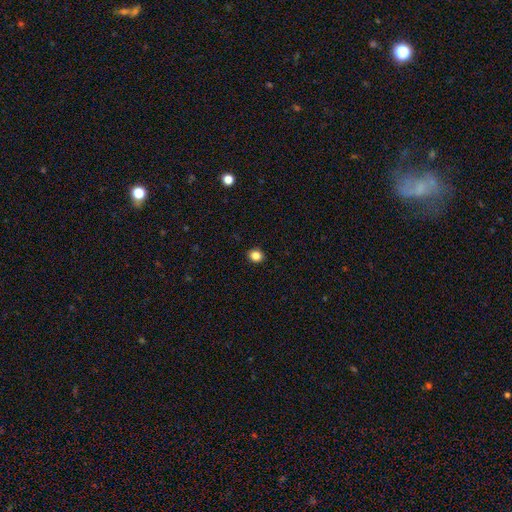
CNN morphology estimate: Overall: smooth (85%). How rounded: round (75%). Merging: none (92%).